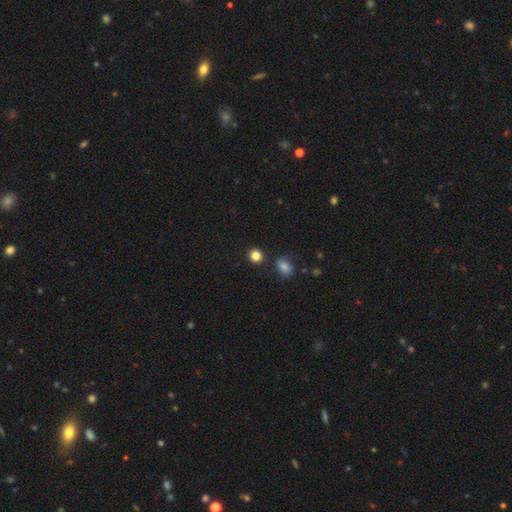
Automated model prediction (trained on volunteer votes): This is clearly a smooth galaxy (85%). How rounded: clearly round (82%). Merging: clearly none (84%).